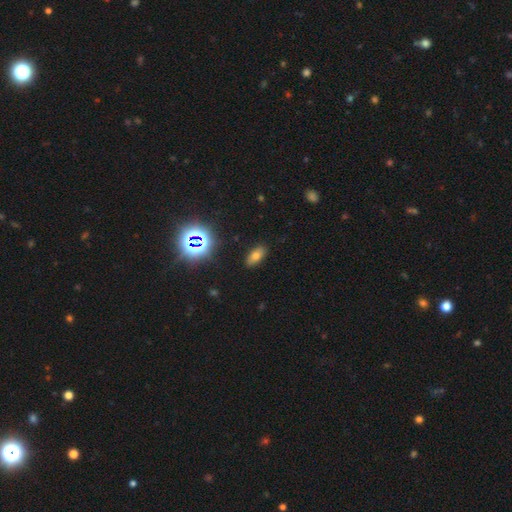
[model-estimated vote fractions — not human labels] A smooth galaxy with no disk features (64%) that is in between round and cigar-shaped (86%). Merging: none (87%).